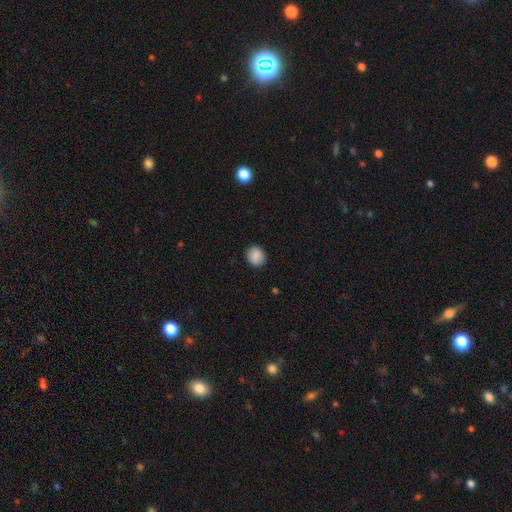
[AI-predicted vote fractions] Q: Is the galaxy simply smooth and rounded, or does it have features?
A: smooth — 89%.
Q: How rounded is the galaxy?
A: round — 75%.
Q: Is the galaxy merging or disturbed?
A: none — 89%.